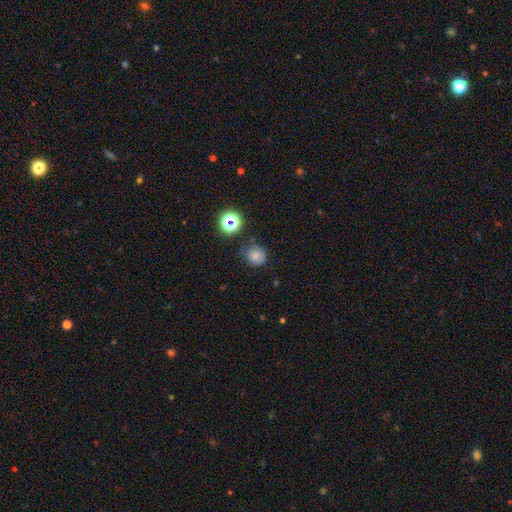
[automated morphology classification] Smooth or featured?
  - smooth: 73% *
  - star or artifact: 18%
  - featured or disk: 9%
How rounded?
  - round: 84% *
  - in between: 15%
  - cigar-shaped: 1%
Merging?
  - none: 73% *
  - minor disturbance: 19%
  - major disturbance: 5%
  - merger: 4%